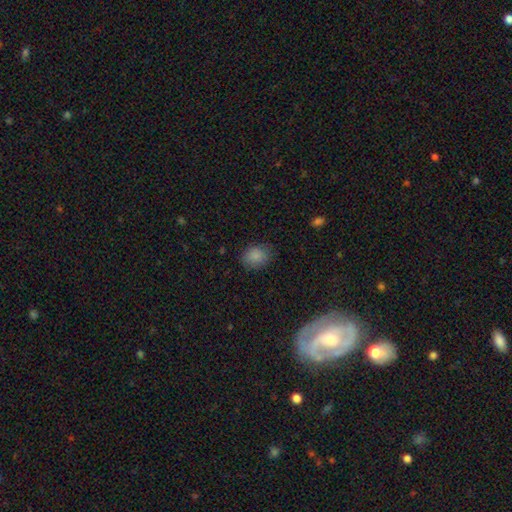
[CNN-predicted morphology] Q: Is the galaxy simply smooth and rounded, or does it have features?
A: smooth — 86%.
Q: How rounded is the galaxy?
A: in between — 57%.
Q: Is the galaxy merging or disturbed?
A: none — 79%.